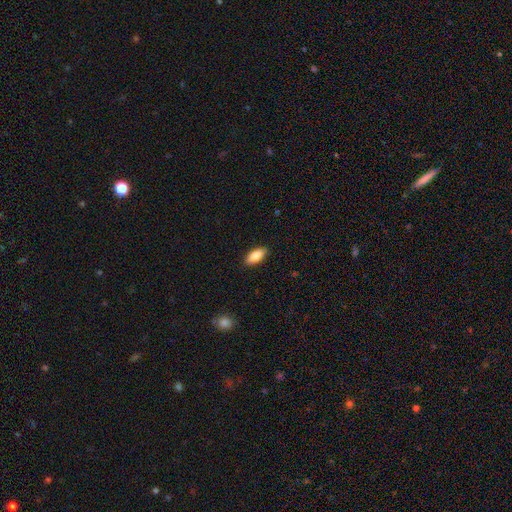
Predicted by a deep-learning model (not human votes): Overall: smooth (87%). How rounded: in between (86%). Merging: none (89%).